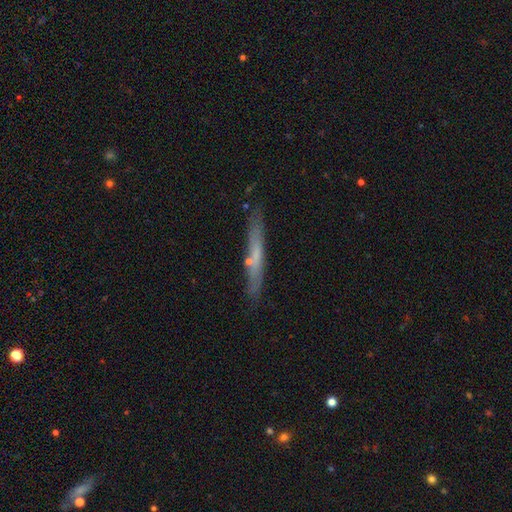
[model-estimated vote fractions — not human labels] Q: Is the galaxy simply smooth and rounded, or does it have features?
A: smooth — 48%.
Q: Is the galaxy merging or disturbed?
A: none — 83%.